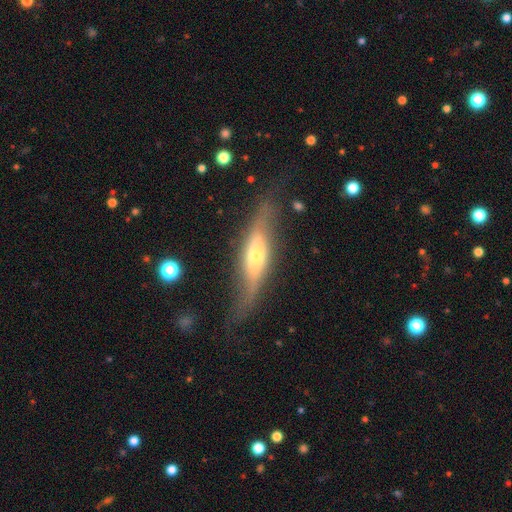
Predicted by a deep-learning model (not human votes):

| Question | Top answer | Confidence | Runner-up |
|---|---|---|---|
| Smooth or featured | featured or disk | 66% | smooth (27%) |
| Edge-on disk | yes | 65% | no (35%) |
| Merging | none | 64% | minor disturbance (22%) |